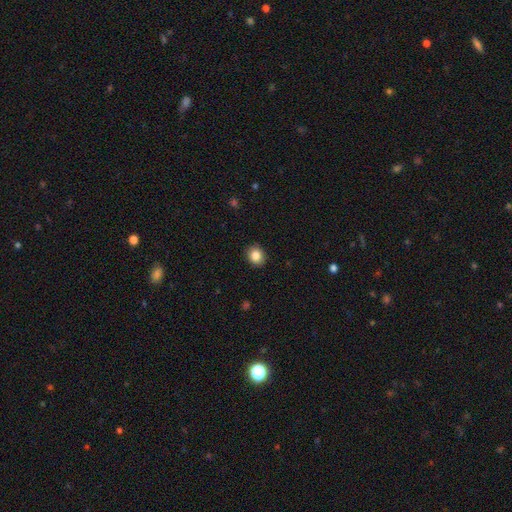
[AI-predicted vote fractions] A smooth galaxy with no disk features (85%) that is round (66%). Merging: none (91%).